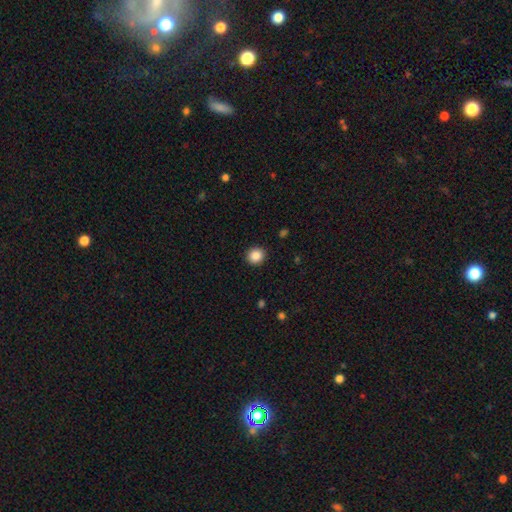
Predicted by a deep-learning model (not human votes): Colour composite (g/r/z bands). It shows a smooth galaxy with no disk features (87%) that is round (88%). Merging: none (92%).